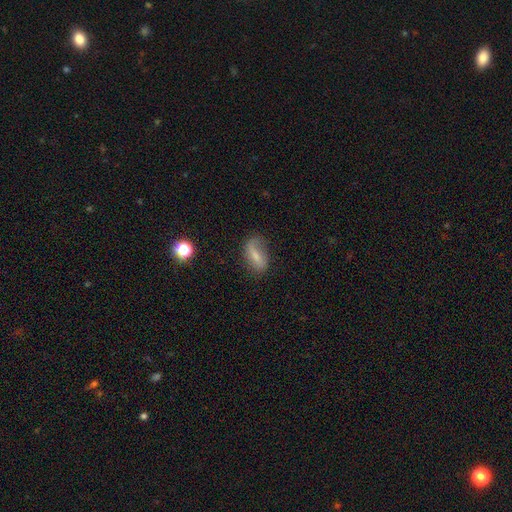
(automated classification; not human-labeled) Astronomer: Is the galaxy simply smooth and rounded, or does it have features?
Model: smooth — 56% (runner-up: featured or disk, 34%).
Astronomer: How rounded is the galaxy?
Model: in between — 81%.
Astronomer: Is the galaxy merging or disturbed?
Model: none — 62%.